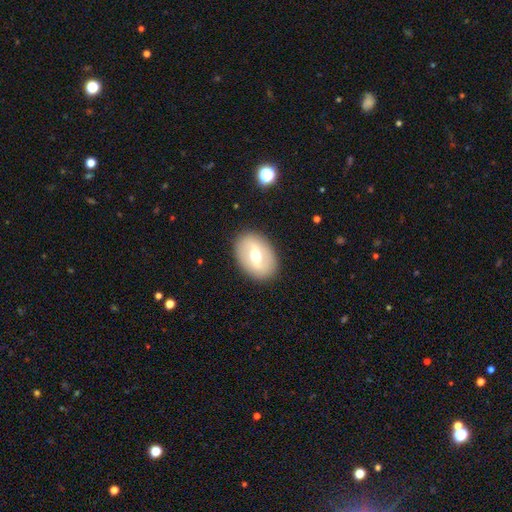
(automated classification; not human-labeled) This appears to be a featured or disk galaxy (53%). Merging: none (87%).